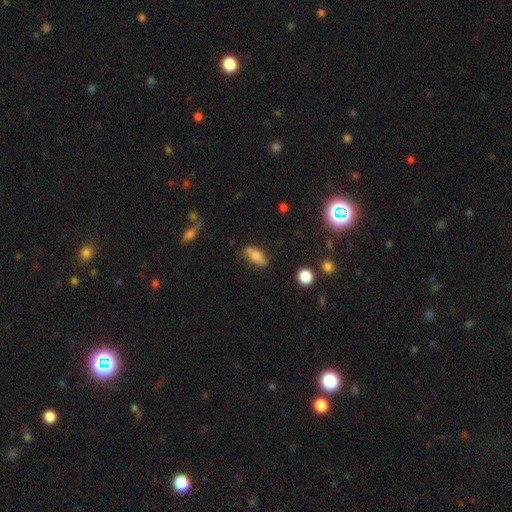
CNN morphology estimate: This appears to be a smooth galaxy with no disk features (70%) that is in between round and cigar-shaped (81%). Merging: none (73%).